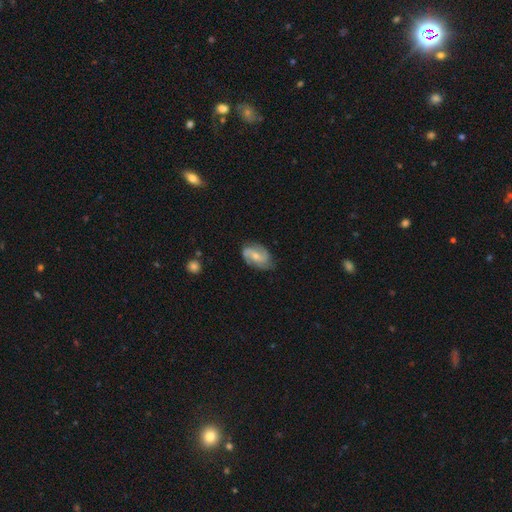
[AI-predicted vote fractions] Morphology: type=featured or disk (69%); edge-on=no (96%); bar=weak (44%); spiral arms=yes (91%); winding=medium (42%); arm count=2 (79%); bulge=moderate (48%, tied with small); merging=none (70%).